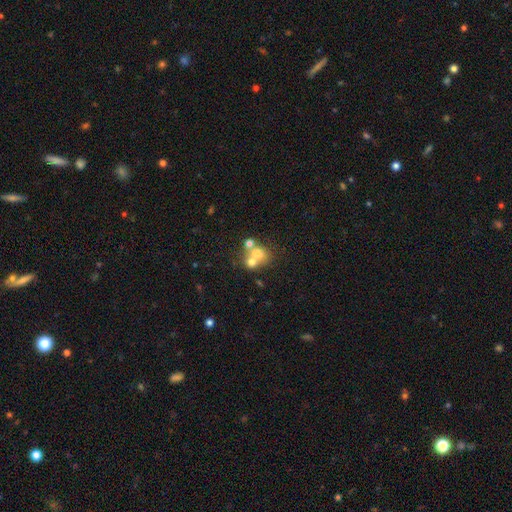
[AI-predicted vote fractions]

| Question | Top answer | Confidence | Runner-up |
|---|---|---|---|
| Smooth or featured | smooth | 61% | featured or disk (25%) |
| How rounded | round | 73% | in between (26%) |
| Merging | merger | 57% | none (32%) |